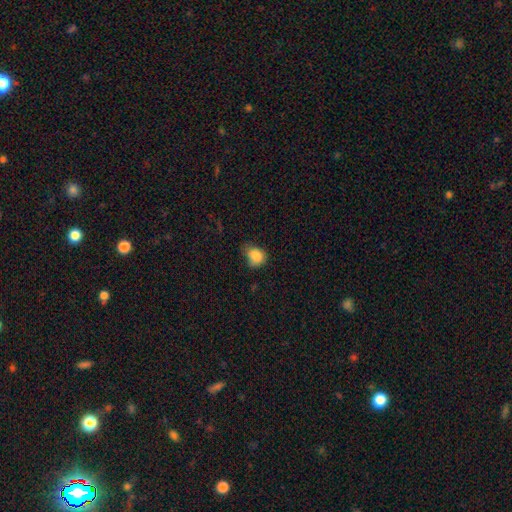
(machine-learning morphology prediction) smooth-or-featured: smooth: 84% | star or artifact: 9% | featured or disk: 6%
  how-rounded: in between: 51% | round: 48% | cigar-shaped: 1%
  merging: none: 45% | minor disturbance: 38% | major disturbance: 13% | merger: 3%